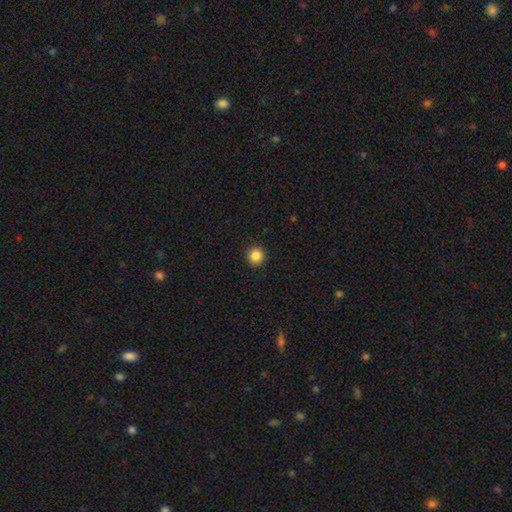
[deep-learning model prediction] Overall: smooth (86%). How rounded: round (96%). Merging: none (93%).